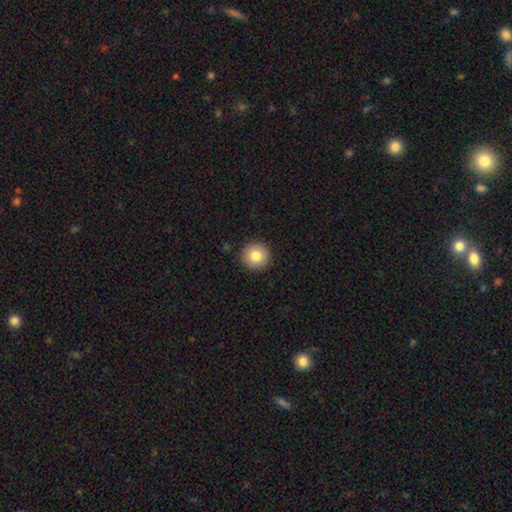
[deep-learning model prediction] This is clearly a smooth galaxy (82%). How rounded: clearly round (95%). Merging: clearly none (92%).